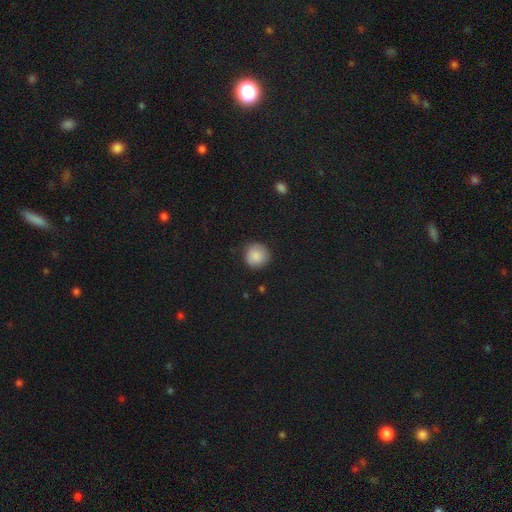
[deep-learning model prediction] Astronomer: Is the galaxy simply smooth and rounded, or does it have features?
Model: smooth — 87%.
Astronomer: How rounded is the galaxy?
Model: round — 93%.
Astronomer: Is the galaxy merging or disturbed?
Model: none — 86%.